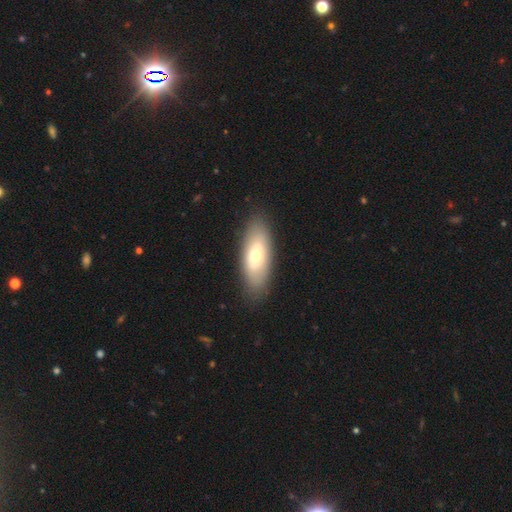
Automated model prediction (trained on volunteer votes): smooth-or-featured: smooth: 63% | featured or disk: 31% | star or artifact: 6%
  how-rounded: in between: 79% | cigar-shaped: 18% | round: 3%
  merging: none: 86% | minor disturbance: 10% | major disturbance: 3% | merger: 1%